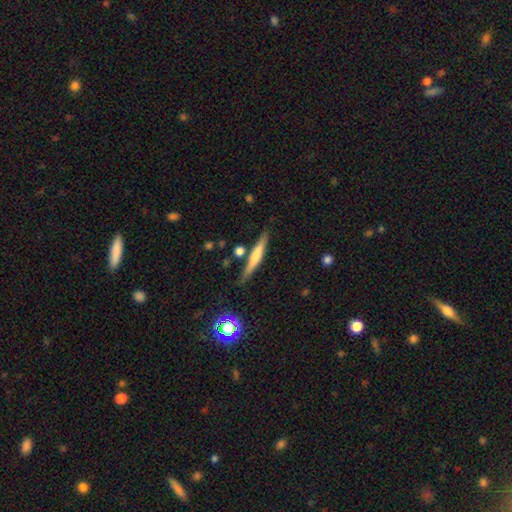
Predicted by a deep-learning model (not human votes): smooth 54%, featured or disk 39%, star or artifact 7%. Down the decision tree: how rounded — cigar-shaped (93%); merging — none (79%).